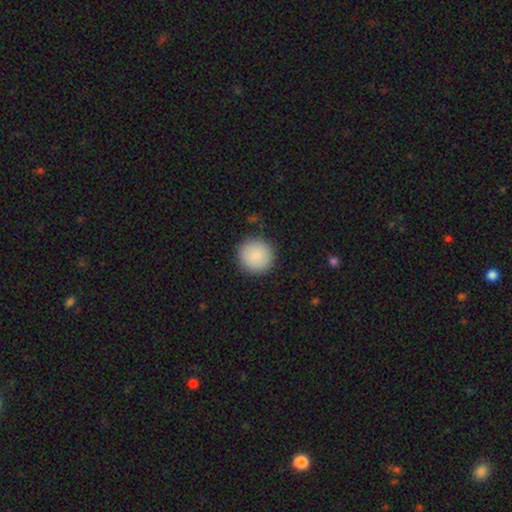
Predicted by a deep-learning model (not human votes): smooth_or_featured: smooth (p=0.88) [alt: star or artifact p=0.07]
how_rounded: round (p=0.95) [alt: in between p=0.04]
merging: none (p=0.90) [alt: minor disturbance p=0.07]